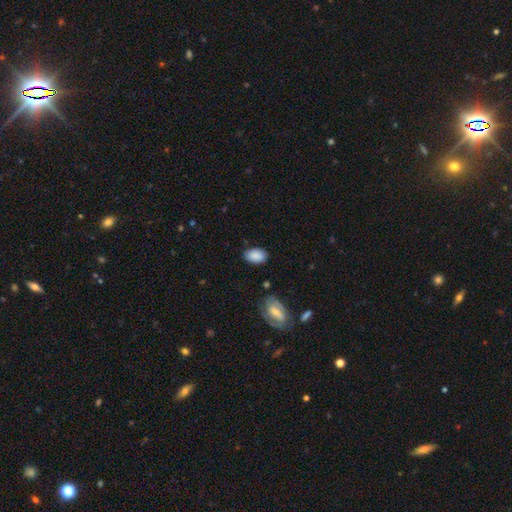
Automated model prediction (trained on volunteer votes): Smooth or featured? smooth (88%)
How rounded? in between (90%)
Merging? none (81%)